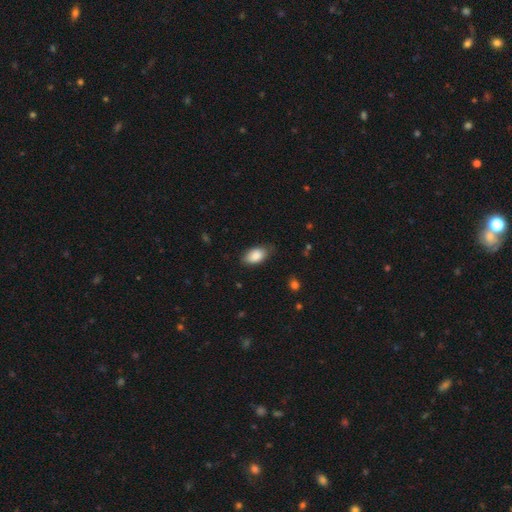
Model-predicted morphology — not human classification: smooth-or-featured: smooth: 86% | featured or disk: 7% | star or artifact: 6%
  how-rounded: in between: 93% | round: 5% | cigar-shaped: 2%
  merging: none: 73% | minor disturbance: 22% | major disturbance: 4% | merger: 1%